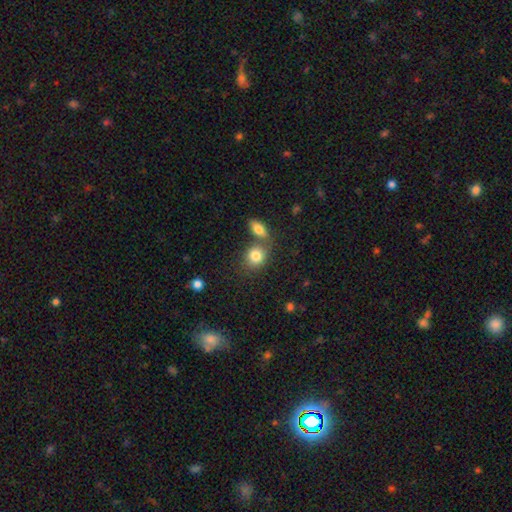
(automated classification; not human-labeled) Morphology: type=smooth (82%); roundness=round (58%); merging=none (51%).